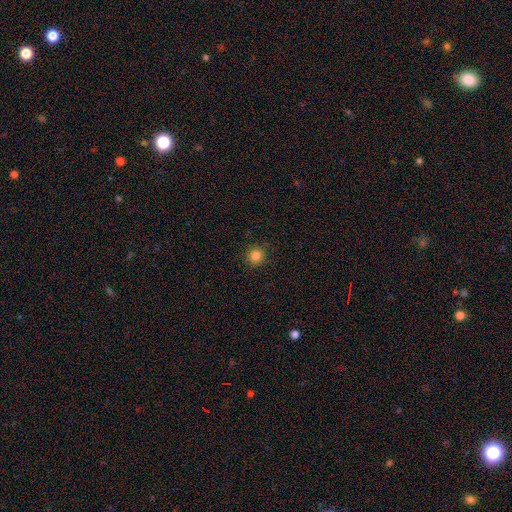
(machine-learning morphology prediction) A smooth galaxy with no disk features (83%) that is round (94%).

Vote fractions:
- Smooth or featured? smooth: 83% / star or artifact: 12% / featured or disk: 4%
- How rounded? round: 94% / in between: 5% / cigar-shaped: 1%
- Merging? none: 91% / minor disturbance: 6% / major disturbance: 2% / merger: 1%